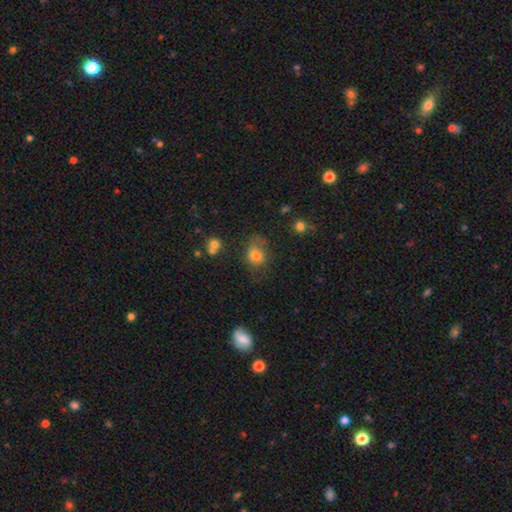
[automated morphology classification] This appears to be a smooth galaxy with no disk features (73%) that is round (55%). Merging: none (46%).